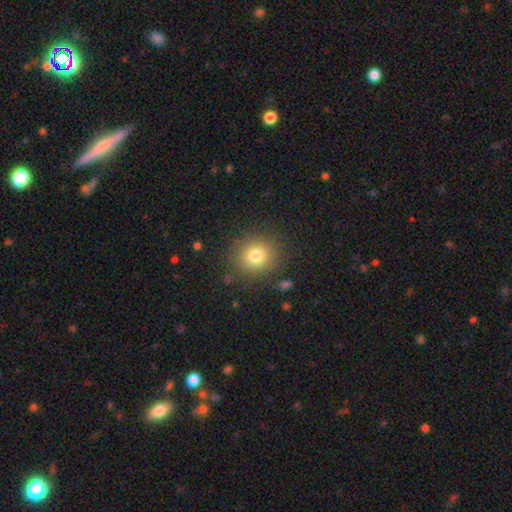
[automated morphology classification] A smooth galaxy with no disk features (78%) that is round (86%). Merging: none (85%).